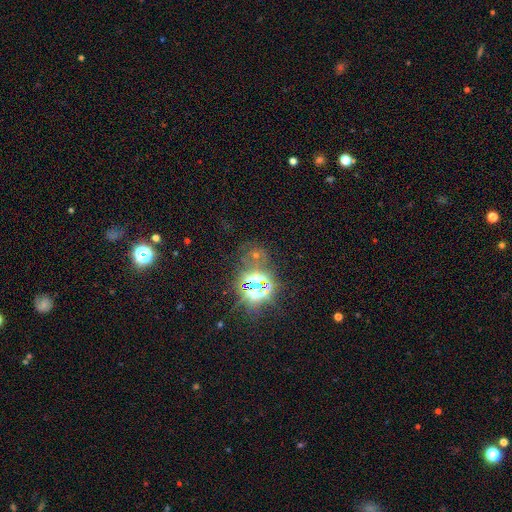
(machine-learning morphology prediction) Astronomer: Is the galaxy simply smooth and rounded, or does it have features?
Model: star or artifact — 76%.